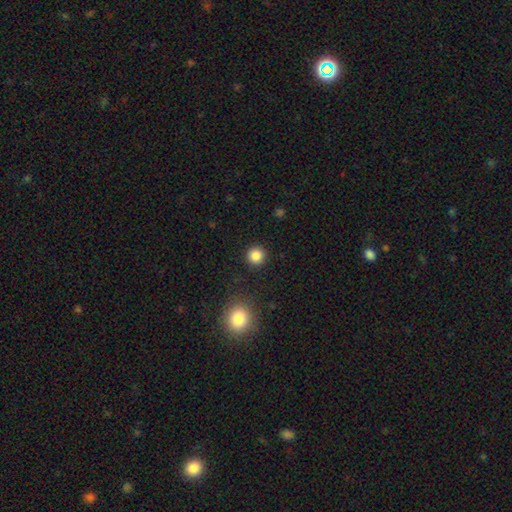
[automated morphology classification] smooth-or-featured: smooth: 85% | star or artifact: 12% | featured or disk: 4%
  how-rounded: round: 94% | in between: 5% | cigar-shaped: 1%
  merging: none: 91% | minor disturbance: 5% | major disturbance: 2% | merger: 1%